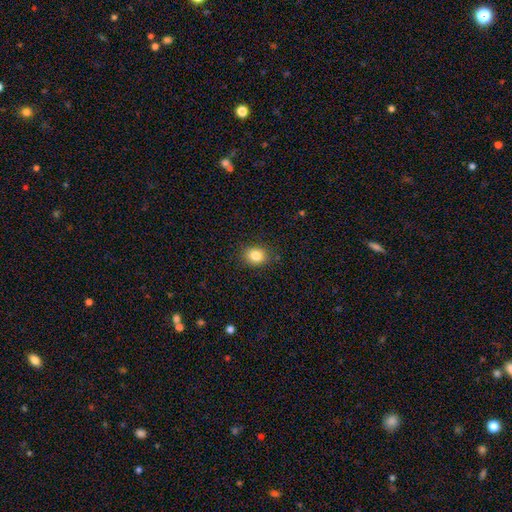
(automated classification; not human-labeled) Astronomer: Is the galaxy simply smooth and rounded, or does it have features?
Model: smooth — 84%.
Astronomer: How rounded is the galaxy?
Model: round — 61% (runner-up: in between, 38%).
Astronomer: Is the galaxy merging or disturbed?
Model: none — 87%.